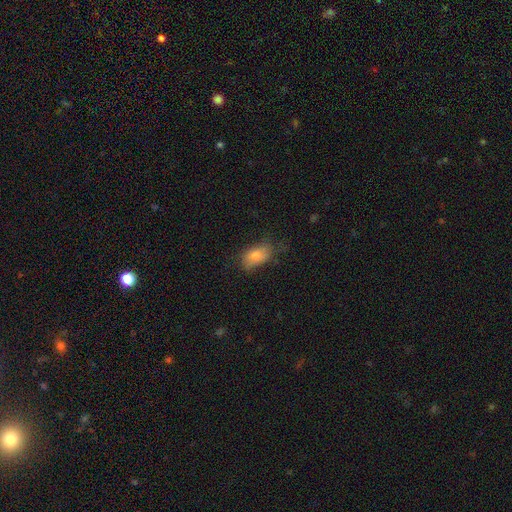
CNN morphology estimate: Smooth or featured?
  - smooth: 76% *
  - featured or disk: 15%
  - star or artifact: 9%
How rounded?
  - in between: 88% *
  - round: 9%
  - cigar-shaped: 3%
Merging?
  - none: 57% *
  - minor disturbance: 30%
  - major disturbance: 12%
  - merger: 2%